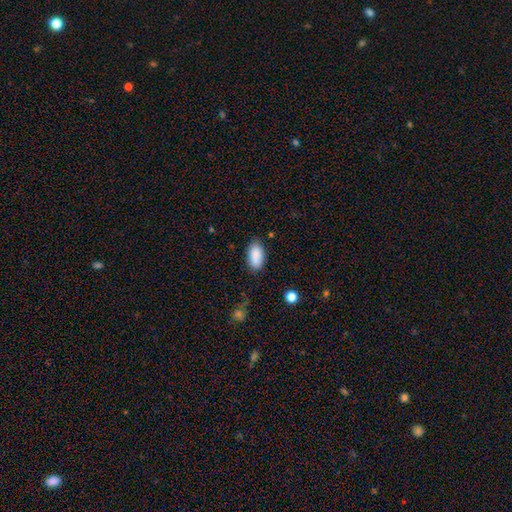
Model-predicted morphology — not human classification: Smooth or featured: smooth — 89% (star or artifact — 7%)
How rounded: in between — 94% (cigar-shaped — 3%)
Merging: none — 82% (minor disturbance — 13%)